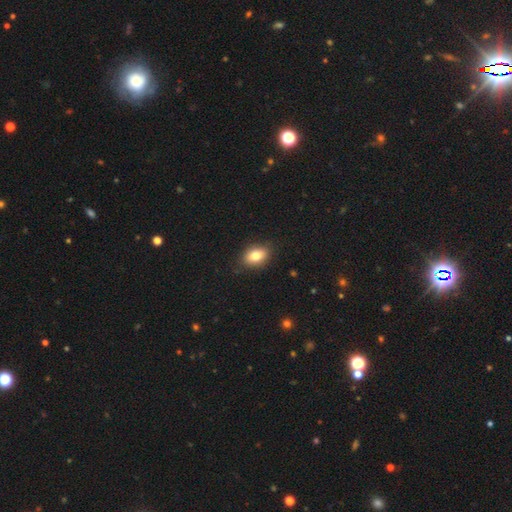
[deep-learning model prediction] A smooth galaxy with no disk features (80%) that is in between round and cigar-shaped (81%). Merging: none (86%).